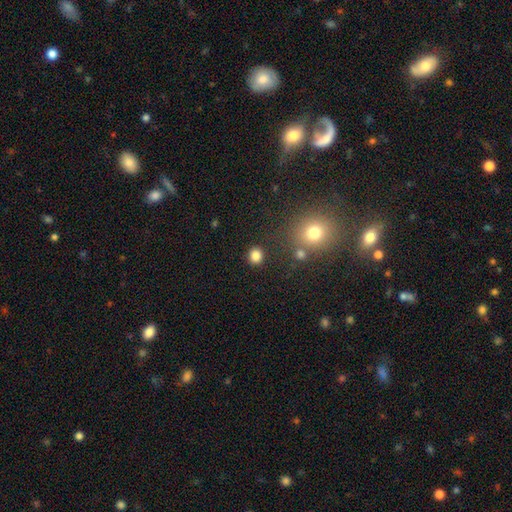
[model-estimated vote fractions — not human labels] Smooth or featured: smooth — 84% (star or artifact — 12%)
How rounded: round — 84% (in between — 15%)
Merging: none — 87% (minor disturbance — 7%)